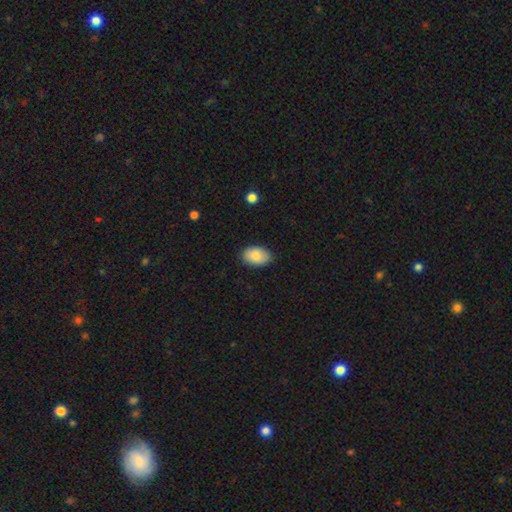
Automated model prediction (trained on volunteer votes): Overall: smooth (87%). How rounded: in between (90%). Merging: none (84%).